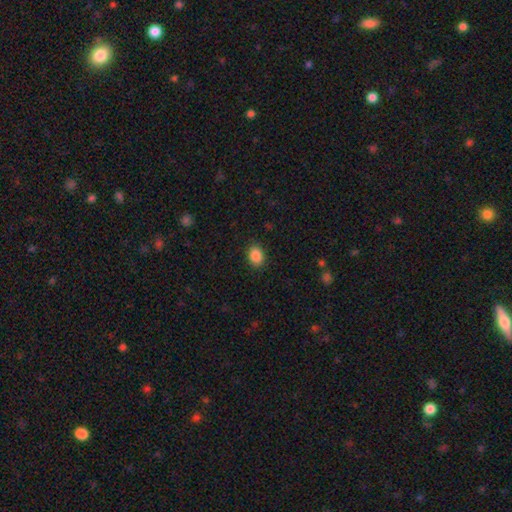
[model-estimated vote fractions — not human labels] A smooth galaxy with no disk features (87%) that is in between round and cigar-shaped (65%).

Vote fractions:
- Smooth or featured? smooth: 87% / star or artifact: 9% / featured or disk: 4%
- How rounded? in between: 65% / round: 34% / cigar-shaped: 1%
- Merging? none: 89% / minor disturbance: 8% / major disturbance: 2% / merger: 1%